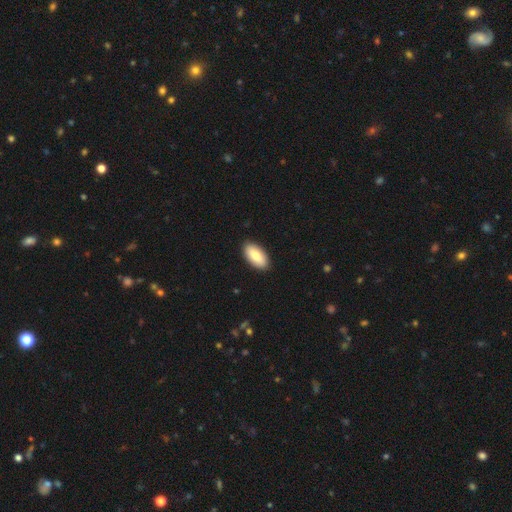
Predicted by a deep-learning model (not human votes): Smooth or featured?
  - smooth: 80% *
  - featured or disk: 14%
  - star or artifact: 5%
How rounded?
  - in between: 93% *
  - cigar-shaped: 5%
  - round: 2%
Merging?
  - none: 90% *
  - minor disturbance: 8%
  - major disturbance: 2%
  - merger: 1%